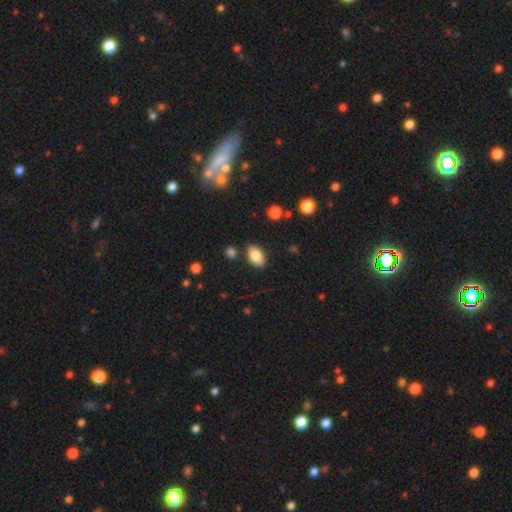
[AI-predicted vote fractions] Smooth or featured: smooth — 84% (featured or disk — 8%)
How rounded: in between — 91% (round — 5%)
Merging: none — 84% (minor disturbance — 10%)